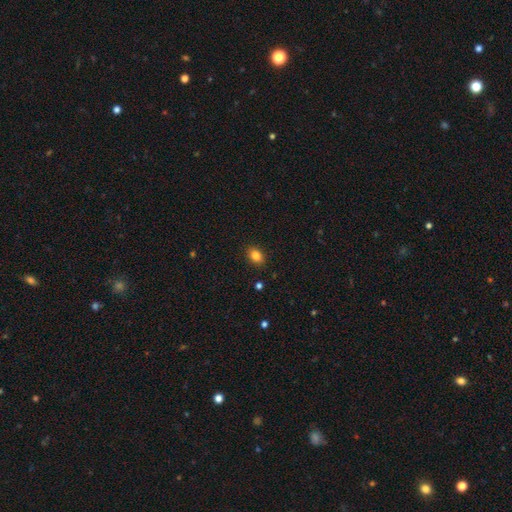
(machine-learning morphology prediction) A smooth galaxy with no disk features (84%) that is in between round and cigar-shaped (72%). Merging: none (89%).